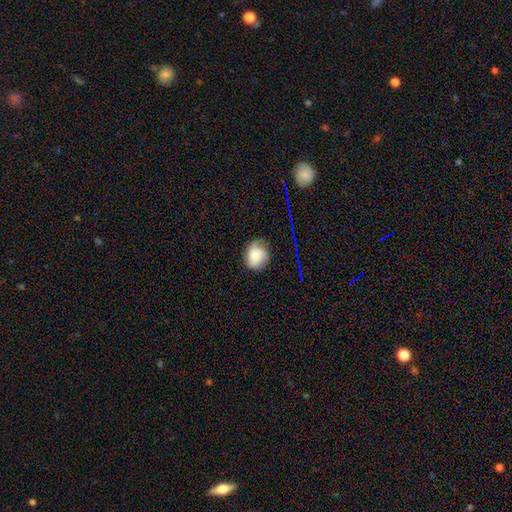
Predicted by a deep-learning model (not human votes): Smooth or featured: smooth — 51% (featured or disk — 38%)
How rounded: round — 58% (in between — 41%)
Merging: none — 64% (minor disturbance — 25%)